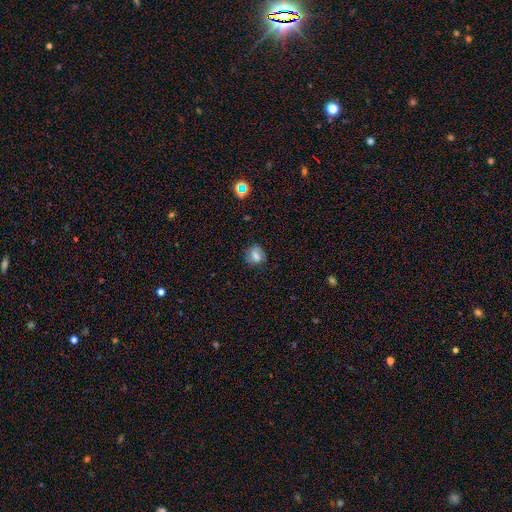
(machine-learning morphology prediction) type=smooth (66%); roundness=round (66%); merging=none (71%).